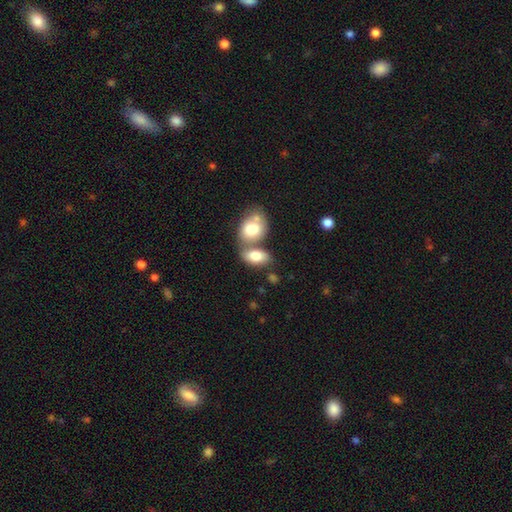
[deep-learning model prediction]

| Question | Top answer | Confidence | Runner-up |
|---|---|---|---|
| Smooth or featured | smooth | 77% | featured or disk (16%) |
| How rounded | in between | 87% | round (11%) |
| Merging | merger | 53% | none (32%) |